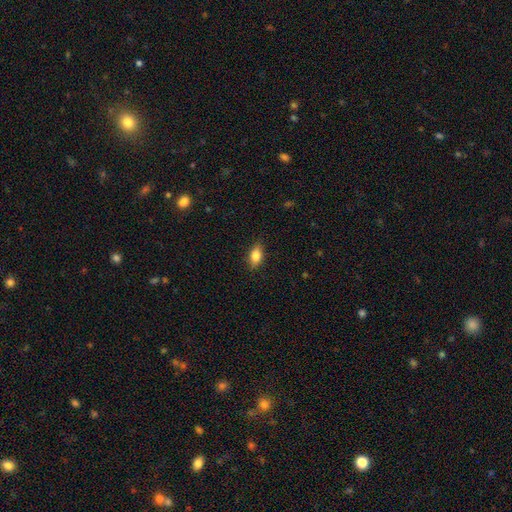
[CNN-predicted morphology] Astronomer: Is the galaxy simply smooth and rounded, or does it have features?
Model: smooth — 82%.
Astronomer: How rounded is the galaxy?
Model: in between — 84%.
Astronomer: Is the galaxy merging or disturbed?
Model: none — 85%.